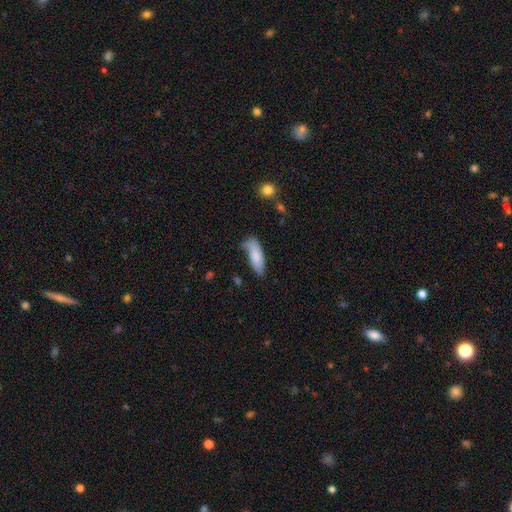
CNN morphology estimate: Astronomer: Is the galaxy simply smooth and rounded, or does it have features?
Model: smooth — 81%.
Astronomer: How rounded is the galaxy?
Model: in between — 65%.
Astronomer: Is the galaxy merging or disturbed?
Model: none — 54% (runner-up: minor disturbance, 33%).